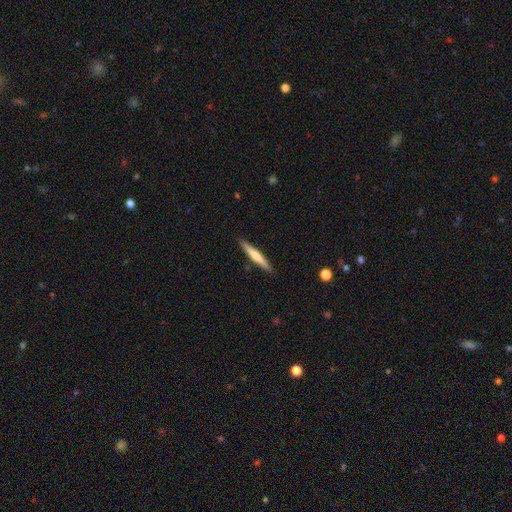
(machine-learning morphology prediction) This is possibly a smooth galaxy (59%). How rounded: clearly cigar-shaped (94%). Merging: clearly none (90%).